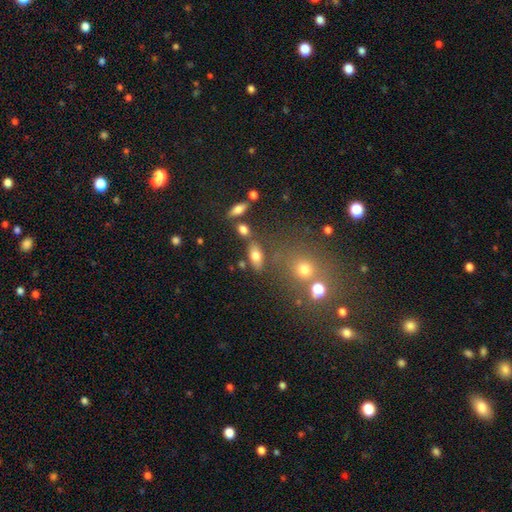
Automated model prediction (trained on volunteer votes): smooth-or-featured: smooth: 72% | featured or disk: 16% | star or artifact: 12%
  how-rounded: in between: 82% | cigar-shaped: 11% | round: 7%
  merging: none: 66% | minor disturbance: 14% | merger: 14% | major disturbance: 6%